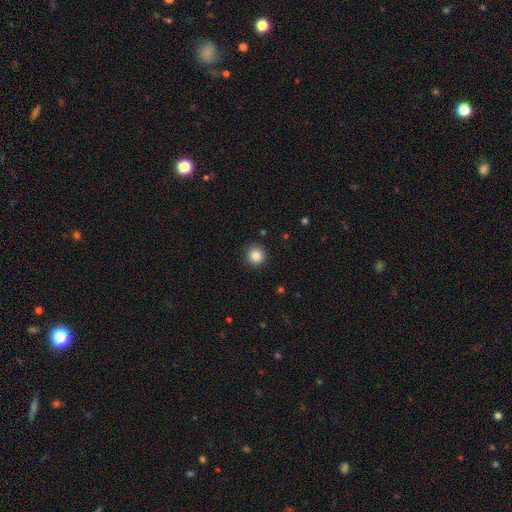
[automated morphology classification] smooth 86%, star or artifact 10%, featured or disk 4%. Down the decision tree: how rounded — round (94%); merging — none (89%).